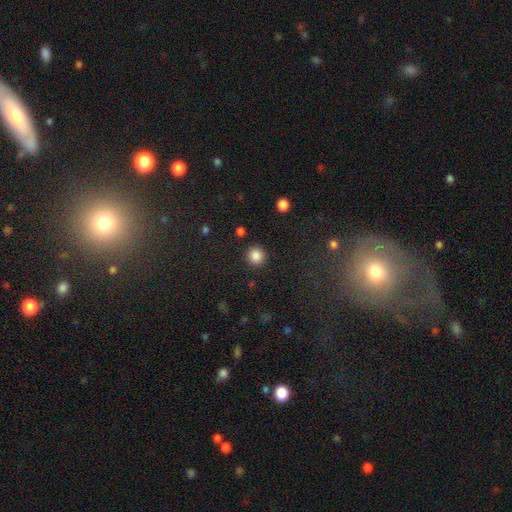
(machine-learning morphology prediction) This appears to be a smooth galaxy with no disk features (86%) that is round (92%). Merging: none (91%).